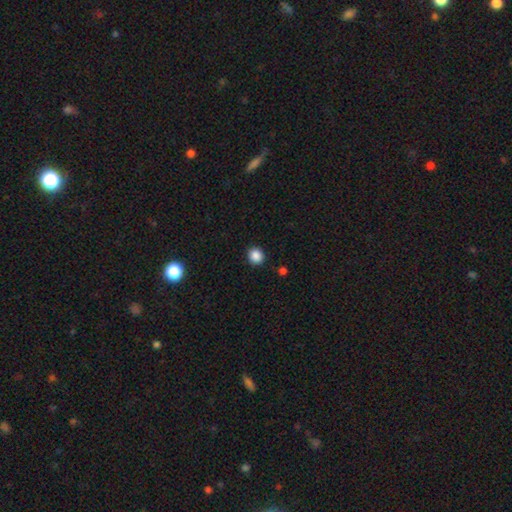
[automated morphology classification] smooth 87%, star or artifact 10%, featured or disk 3%. Down the decision tree: how rounded — round (85%); merging — none (91%).